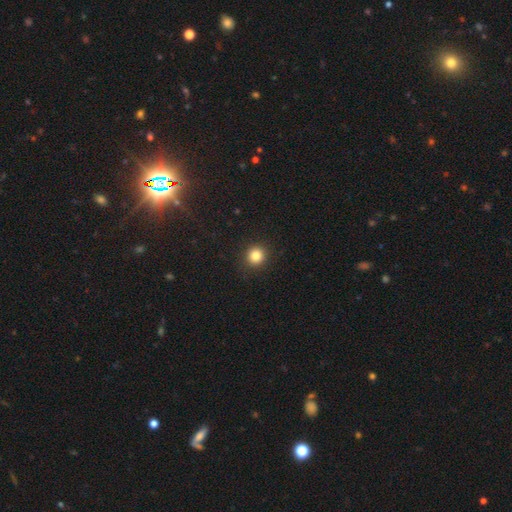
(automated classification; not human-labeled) smooth_or_featured: smooth (p=0.84) [alt: star or artifact p=0.11]
how_rounded: round (p=0.90) [alt: in between p=0.09]
merging: none (p=0.92) [alt: minor disturbance p=0.05]